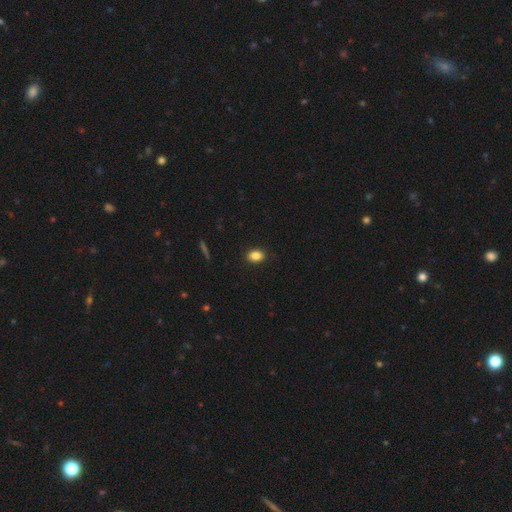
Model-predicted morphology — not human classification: This appears to be a smooth galaxy with no disk features (86%) that is in between round and cigar-shaped (81%). Merging: none (89%).